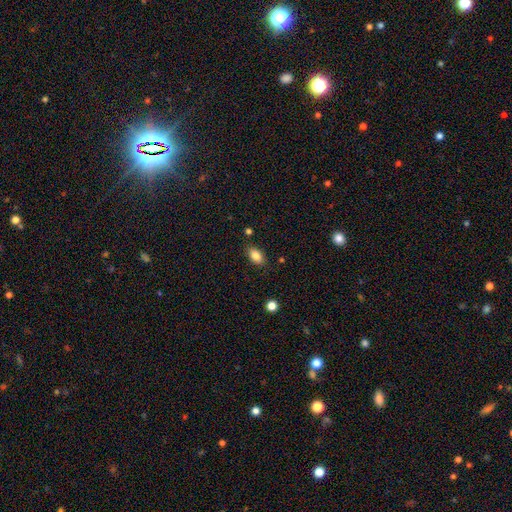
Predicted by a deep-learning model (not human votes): Q: Smooth or featured?
A: smooth (84%); runner-up: star or artifact (9%)
Q: How rounded?
A: in between (88%); runner-up: round (8%)
Q: Merging?
A: none (83%); runner-up: minor disturbance (12%)